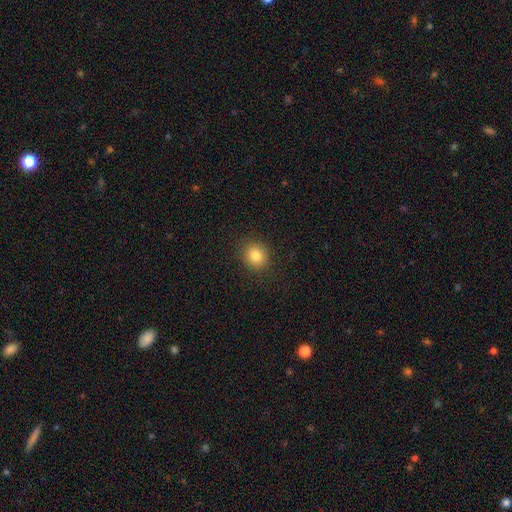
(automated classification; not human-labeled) The model was most divided on "how rounded": round: 81%, in between: 18%, cigar-shaped: 1%. More confident: merging — none (89%); smooth or featured — smooth (83%).